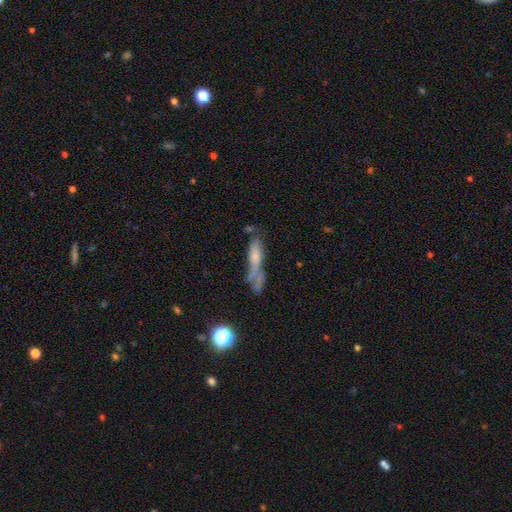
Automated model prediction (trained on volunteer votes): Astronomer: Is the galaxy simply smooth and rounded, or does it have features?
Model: smooth — 47% (runner-up: featured or disk, 39%).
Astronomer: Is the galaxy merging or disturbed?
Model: none — 40% (runner-up: minor disturbance, 23%).